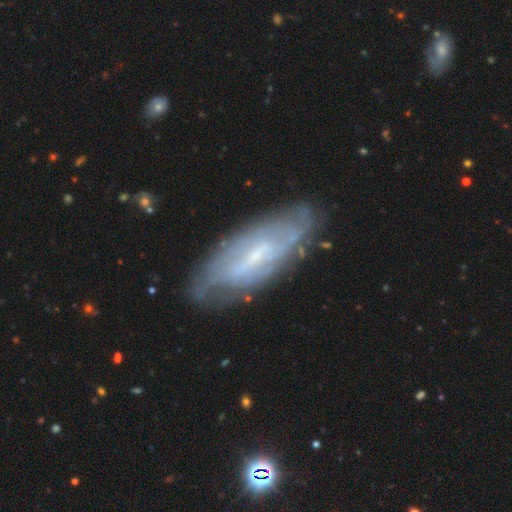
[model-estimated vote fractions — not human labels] A featured or disk galaxy (68%) with a weak bar (49%), spiral arms (71%) and a small central bulge (58%). Merging: none (75%).